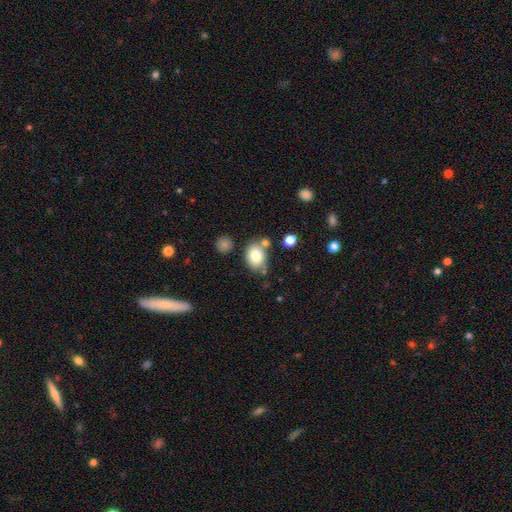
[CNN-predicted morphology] Overall: smooth (79%). How rounded: in between (63%; round 36%). Merging: none (61%).